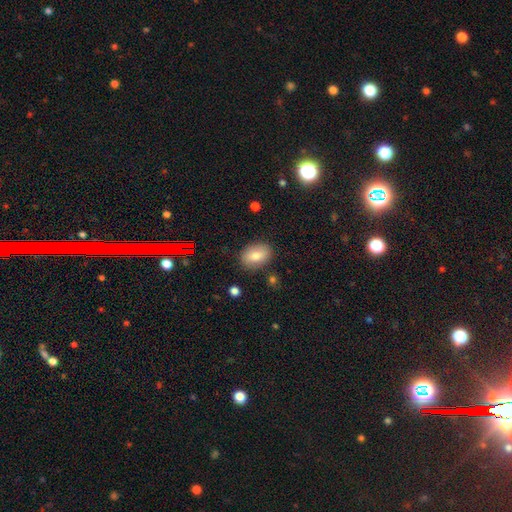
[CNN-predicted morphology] smooth_or_featured: smooth (p=0.78) [alt: featured or disk p=0.13]
how_rounded: in between (p=0.81) [alt: round p=0.18]
merging: none (p=0.84) [alt: minor disturbance p=0.11]